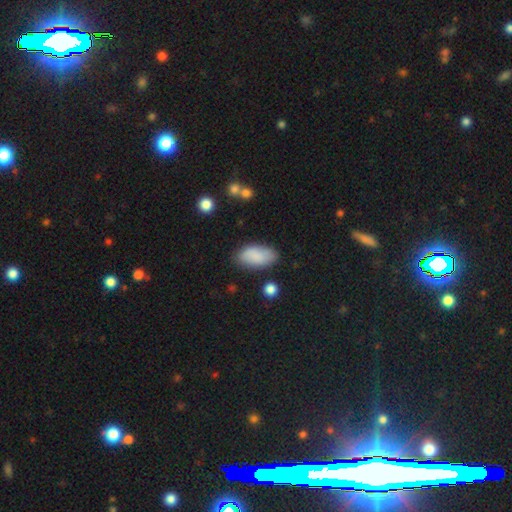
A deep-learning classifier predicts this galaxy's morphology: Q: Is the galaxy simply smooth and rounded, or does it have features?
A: smooth — 85%.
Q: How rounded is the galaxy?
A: in between — 93%.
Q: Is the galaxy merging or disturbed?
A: none — 79%.